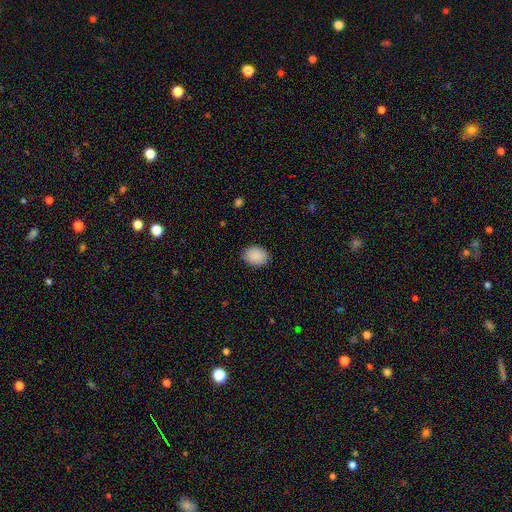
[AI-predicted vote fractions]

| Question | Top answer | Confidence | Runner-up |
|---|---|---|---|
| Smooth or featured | smooth | 90% | star or artifact (7%) |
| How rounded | in between | 71% | round (28%) |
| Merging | none | 87% | minor disturbance (10%) |